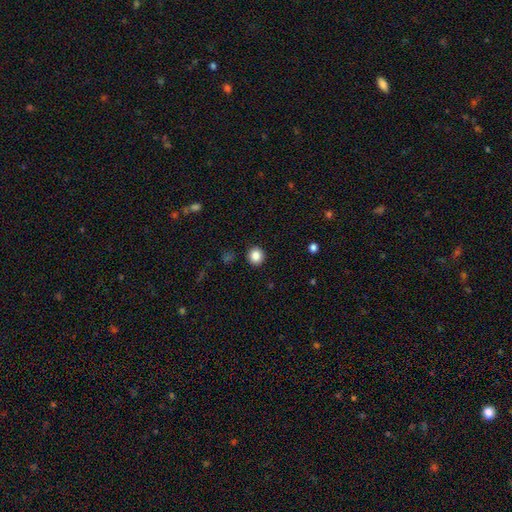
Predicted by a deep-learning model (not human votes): Smooth or featured? Predicted: smooth (p=0.86). How rounded? Predicted: round (p=0.91). Merging? Predicted: none (p=0.92).